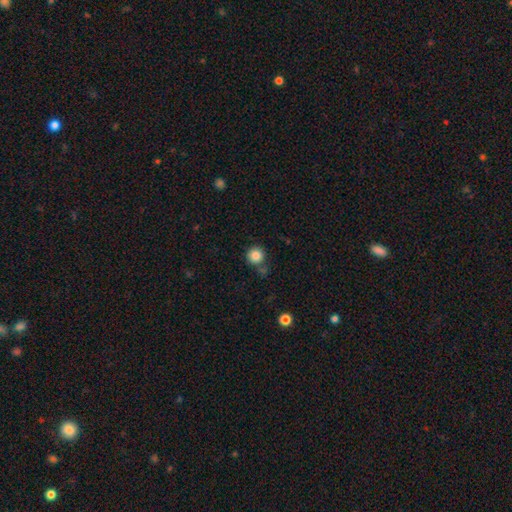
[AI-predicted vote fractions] Q: Smooth or featured?
A: smooth (85%); runner-up: star or artifact (10%)
Q: How rounded?
A: round (94%); runner-up: in between (5%)
Q: Merging?
A: none (76%); runner-up: minor disturbance (11%)